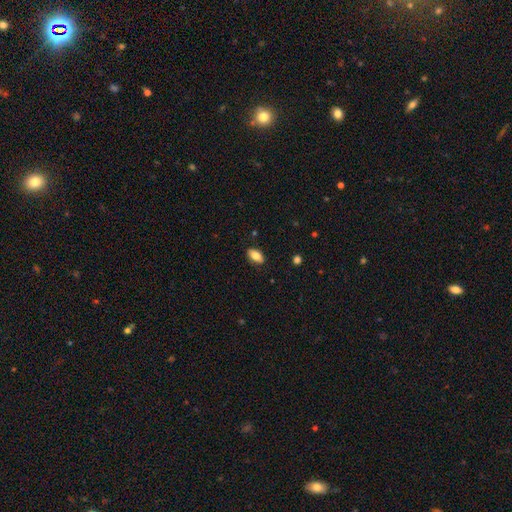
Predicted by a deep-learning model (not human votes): Smooth or featured: smooth — 79% (featured or disk — 14%)
How rounded: in between — 91% (cigar-shaped — 5%)
Merging: none — 87% (minor disturbance — 10%)